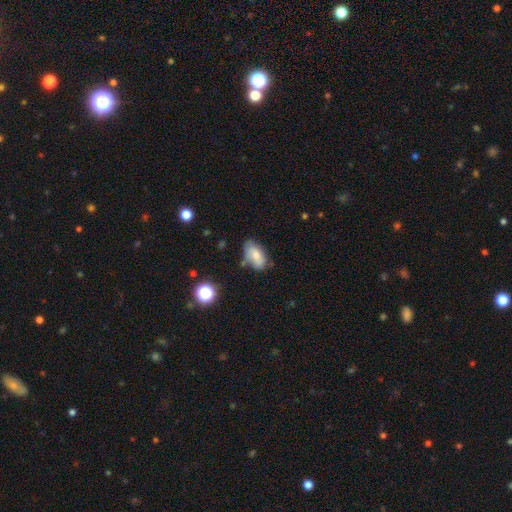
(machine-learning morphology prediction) This is likely a smooth galaxy (75%). How rounded: clearly in between (92%). Merging: possibly none (59%).